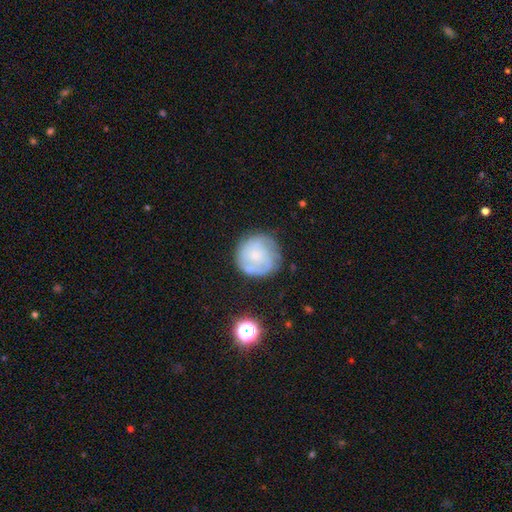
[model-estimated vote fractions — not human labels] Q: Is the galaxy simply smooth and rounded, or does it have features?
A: featured or disk — 50%.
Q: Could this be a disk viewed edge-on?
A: no — 98%.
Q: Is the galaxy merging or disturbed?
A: none — 66%.